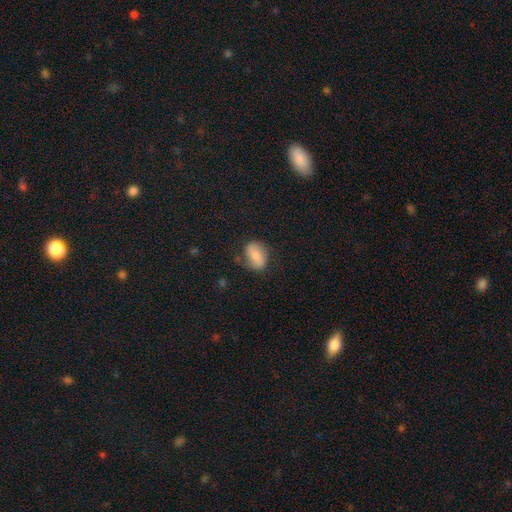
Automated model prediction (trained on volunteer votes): Smooth or featured?
  - smooth: 65% *
  - featured or disk: 27%
  - star or artifact: 8%
How rounded?
  - in between: 74% *
  - round: 24%
  - cigar-shaped: 2%
Merging?
  - none: 66% *
  - minor disturbance: 23%
  - major disturbance: 8%
  - merger: 3%